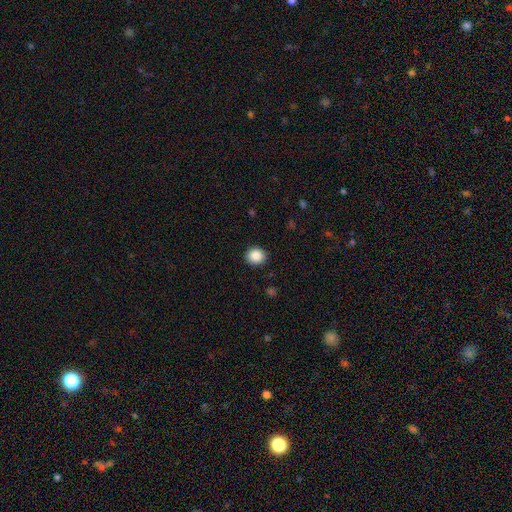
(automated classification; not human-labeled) The model was most divided on "how rounded": round: 81%, in between: 18%, cigar-shaped: 1%. More confident: merging — none (91%); smooth or featured — smooth (87%).